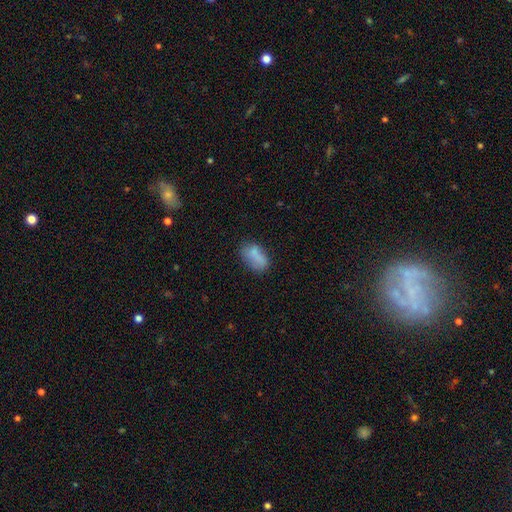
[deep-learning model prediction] Morphology: type=smooth (75%); roundness=in between (88%); merging=none (54%).